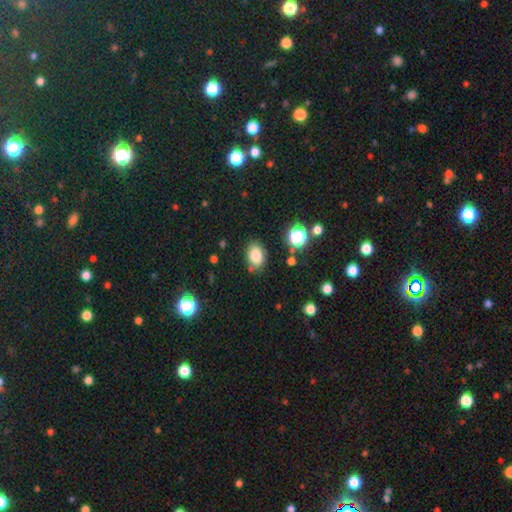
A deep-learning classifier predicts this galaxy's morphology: Smooth or featured: smooth — 82% (star or artifact — 11%)
How rounded: in between — 78% (round — 21%)
Merging: none — 79% (minor disturbance — 14%)